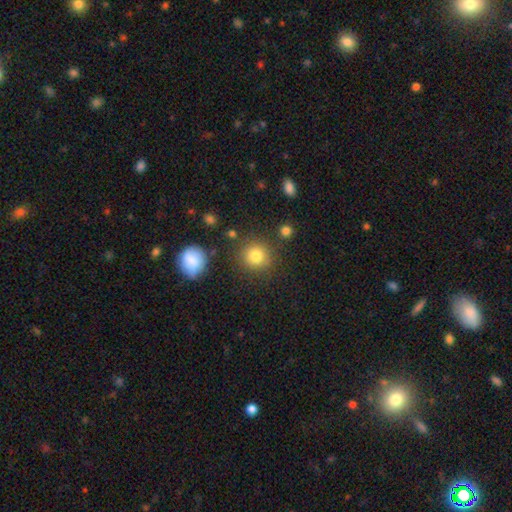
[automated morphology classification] smooth-or-featured: smooth: 81% | star or artifact: 11% | featured or disk: 7%
  how-rounded: round: 90% | in between: 9% | cigar-shaped: 1%
  merging: none: 84% | minor disturbance: 9% | merger: 4% | major disturbance: 4%